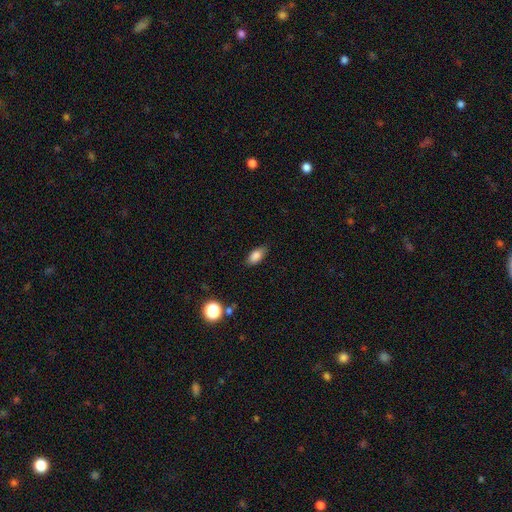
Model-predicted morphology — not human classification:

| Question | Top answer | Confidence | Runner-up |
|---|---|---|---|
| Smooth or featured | smooth | 85% | star or artifact (8%) |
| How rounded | in between | 89% | cigar-shaped (7%) |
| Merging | none | 82% | minor disturbance (14%) |